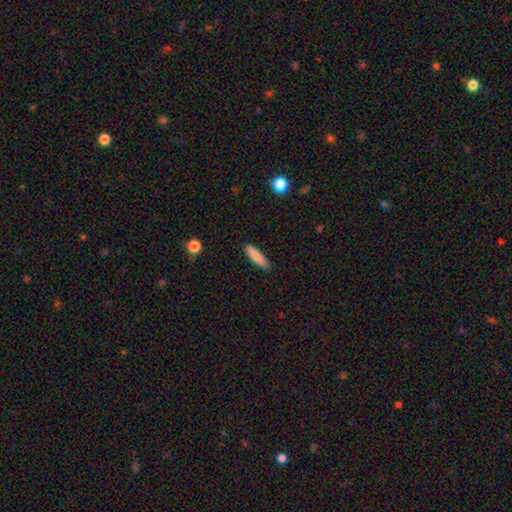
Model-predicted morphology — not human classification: smooth 85%, featured or disk 8%, star or artifact 7%. Down the decision tree: how rounded — cigar-shaped (72%); merging — none (82%).